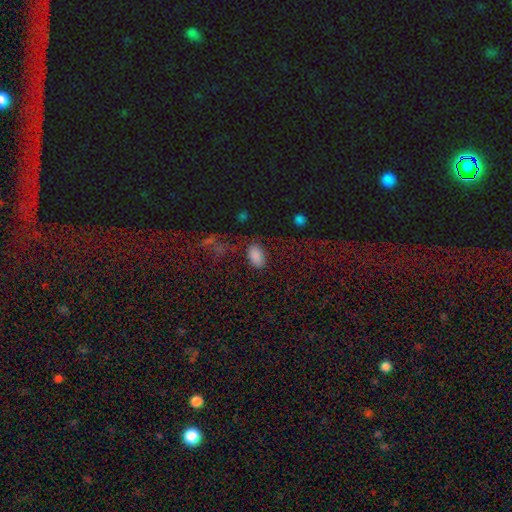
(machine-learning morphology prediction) Smooth or featured? Predicted: smooth (p=0.82). How rounded? Predicted: in between (p=0.93). Merging? Predicted: none (p=0.75).